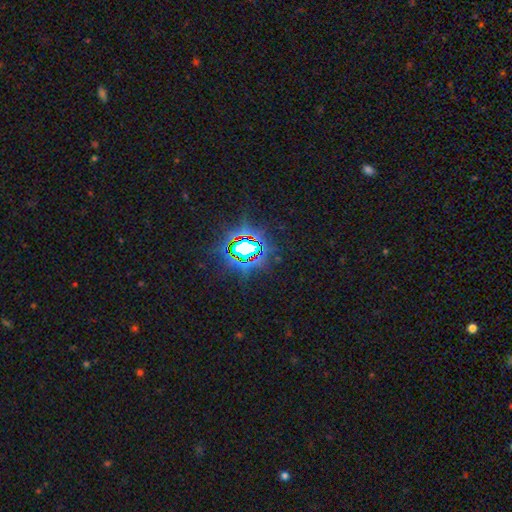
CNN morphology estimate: The model was most divided on "smooth or featured": star or artifact: 82%, smooth: 10%, featured or disk: 7%.